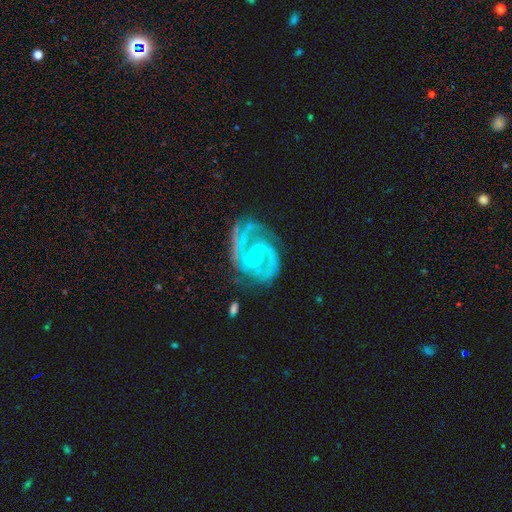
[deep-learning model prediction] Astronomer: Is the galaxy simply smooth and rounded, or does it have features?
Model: featured or disk — 93%.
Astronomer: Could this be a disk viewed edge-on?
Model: no — 98%.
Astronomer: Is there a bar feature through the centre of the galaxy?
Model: no — 62%.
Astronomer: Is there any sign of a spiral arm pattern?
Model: yes — 98%.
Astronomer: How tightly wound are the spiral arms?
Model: tight — 57% (runner-up: medium, 38%).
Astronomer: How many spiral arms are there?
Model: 2 — 65%.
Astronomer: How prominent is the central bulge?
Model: small — 84%.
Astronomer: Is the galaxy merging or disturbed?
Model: none — 65%.